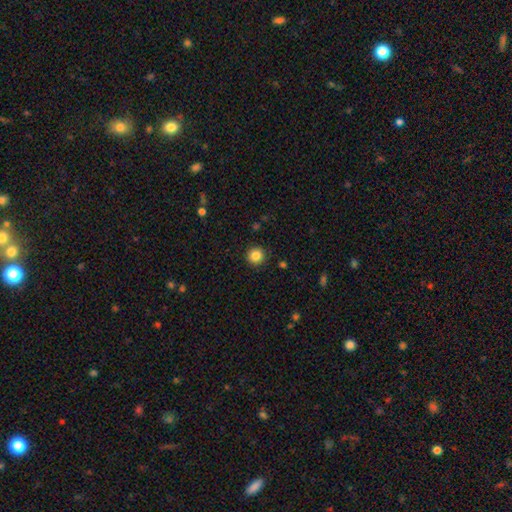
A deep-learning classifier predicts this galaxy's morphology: Q: Smooth or featured?
A: smooth (85%); runner-up: star or artifact (11%)
Q: How rounded?
A: round (94%); runner-up: in between (5%)
Q: Merging?
A: none (91%); runner-up: minor disturbance (6%)